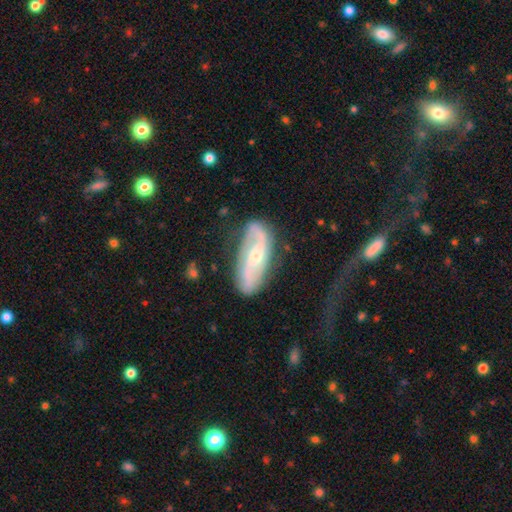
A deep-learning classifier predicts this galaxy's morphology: This appears to be a featured or disk galaxy (79%) with no bar (39%), 2 (84%) loose (43%) spiral arms (89%) and a moderate central bulge (51%). Merging: none (62%).